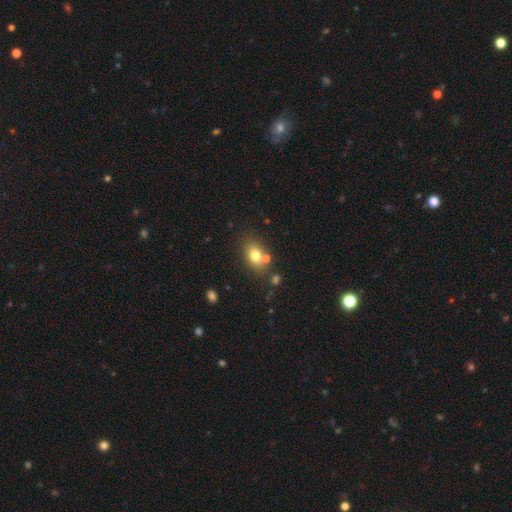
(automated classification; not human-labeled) Smooth or featured: smooth — 75% (featured or disk — 15%)
How rounded: in between — 76% (round — 22%)
Merging: none — 67% (merger — 15%)